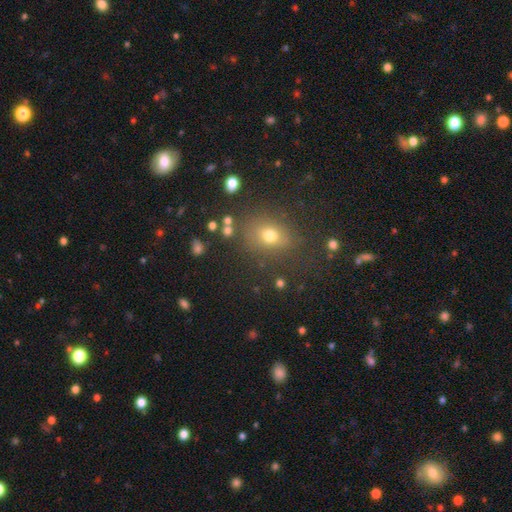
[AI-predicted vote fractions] A smooth galaxy with no disk features (54%) that is round (72%).

Vote fractions:
- Smooth or featured? smooth: 54% / star or artifact: 37% / featured or disk: 9%
- How rounded? round: 72% / in between: 27% / cigar-shaped: 2%
- Merging? none: 83% / minor disturbance: 9% / merger: 4% / major disturbance: 4%